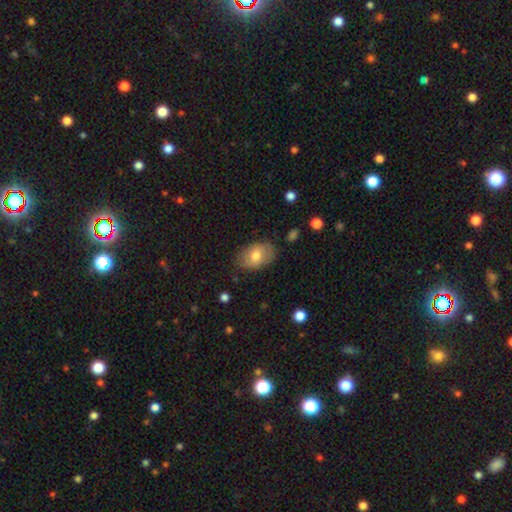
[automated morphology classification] The model was most divided on "smooth or featured": smooth: 71%, featured or disk: 22%, star or artifact: 7%. More confident: how rounded — in between (88%); merging — none (78%).